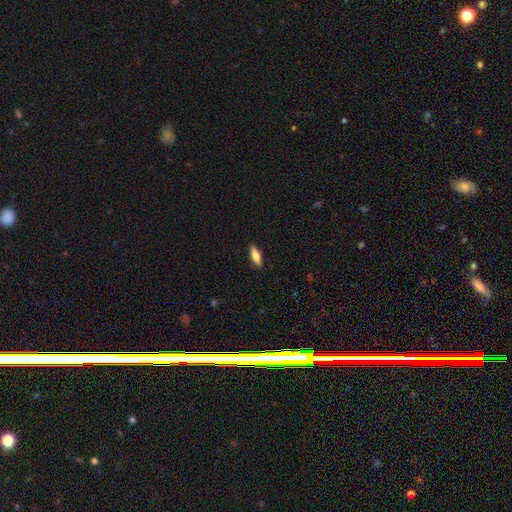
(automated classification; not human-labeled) smooth-or-featured: smooth: 72% | featured or disk: 21% | star or artifact: 7%
  how-rounded: in between: 60% | cigar-shaped: 38% | round: 2%
  merging: none: 89% | minor disturbance: 8% | major disturbance: 2% | merger: 1%